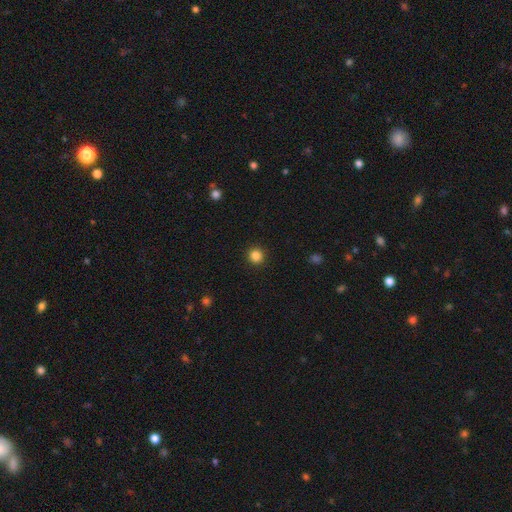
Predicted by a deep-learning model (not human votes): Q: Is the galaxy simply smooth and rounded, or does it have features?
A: smooth — 86%.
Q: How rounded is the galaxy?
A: round — 94%.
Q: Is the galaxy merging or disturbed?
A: none — 93%.